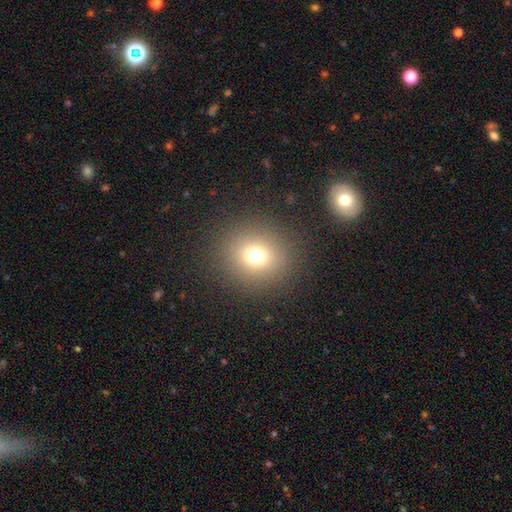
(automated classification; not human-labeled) This appears to be a smooth galaxy with no disk features (70%) that is round (88%). Merging: none (89%).